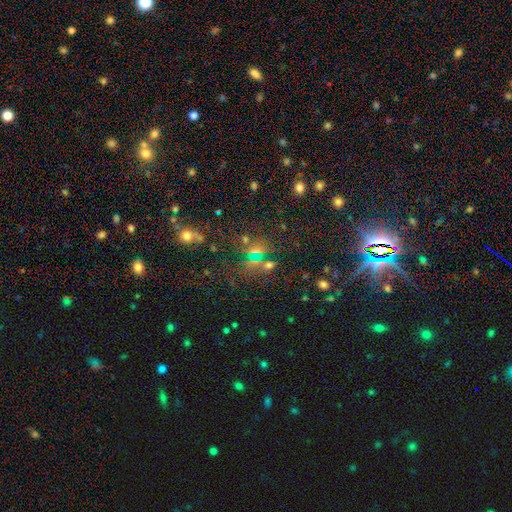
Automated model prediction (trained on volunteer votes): Morphology: type=star or artifact (47%).